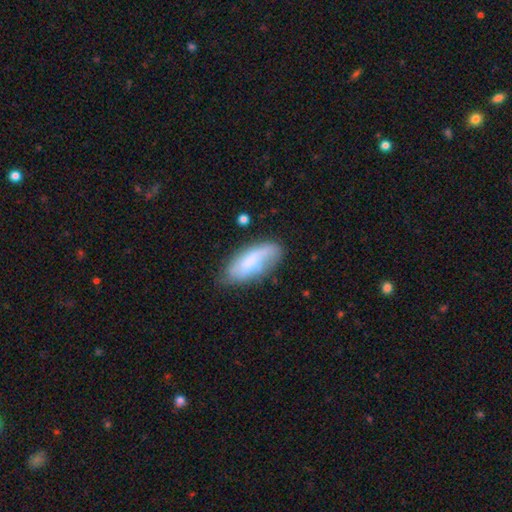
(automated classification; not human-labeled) A smooth galaxy with no disk features (65%) that is in between round and cigar-shaped (80%). Merging: none (55%).